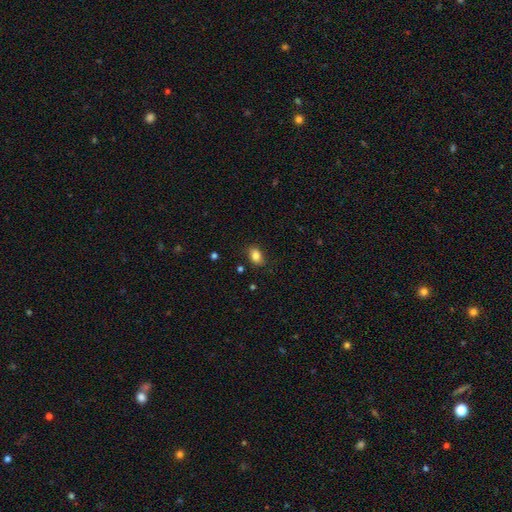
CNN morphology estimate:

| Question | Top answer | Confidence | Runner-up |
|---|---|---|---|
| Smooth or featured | smooth | 85% | star or artifact (9%) |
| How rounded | in between | 82% | round (16%) |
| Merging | none | 83% | minor disturbance (12%) |